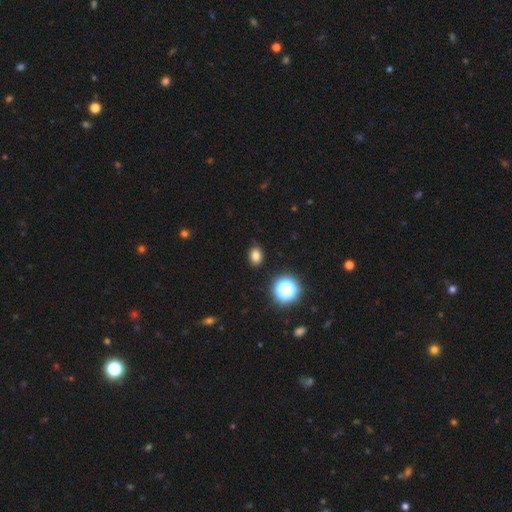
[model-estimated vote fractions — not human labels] Morphology: type=smooth (79%); roundness=in between (66%); merging=none (89%).